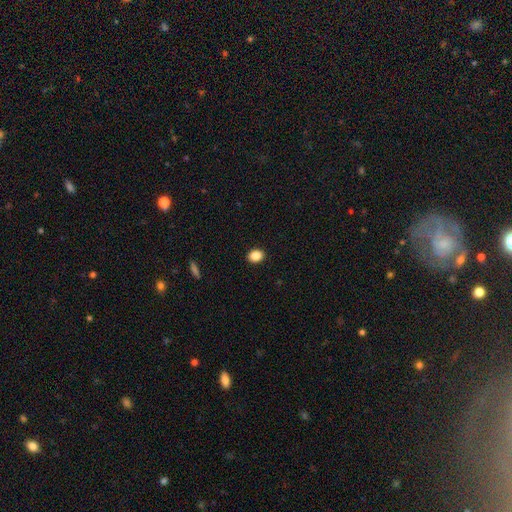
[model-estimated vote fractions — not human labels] Q: Smooth or featured?
A: smooth (88%); runner-up: star or artifact (9%)
Q: How rounded?
A: in between (50%); runner-up: round (49%)
Q: Merging?
A: none (91%); runner-up: minor disturbance (6%)